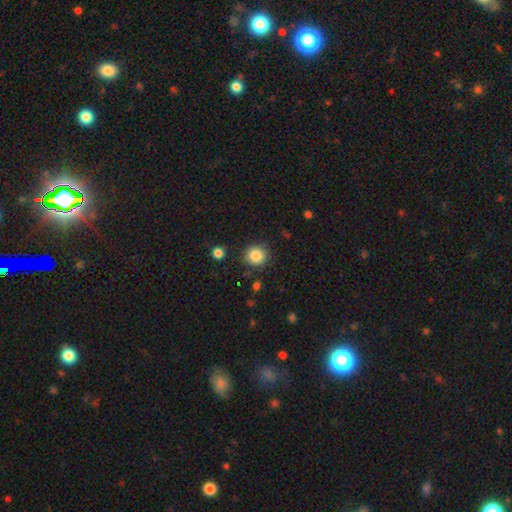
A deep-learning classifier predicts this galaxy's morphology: This is clearly a smooth galaxy (86%). How rounded: clearly round (90%). Merging: clearly none (87%).